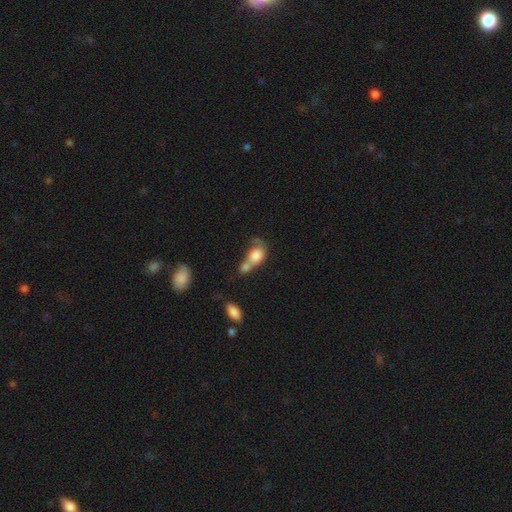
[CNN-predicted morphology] smooth 75%, featured or disk 17%, star or artifact 8%. Down the decision tree: how rounded — in between (63%); merging — merger (66%).